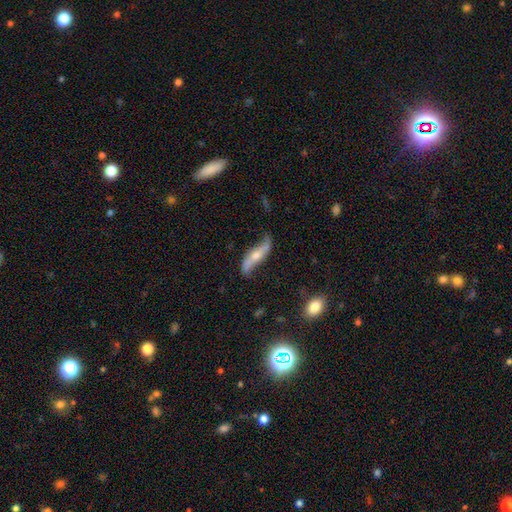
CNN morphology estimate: This is likely a featured or disk galaxy (75%). It is likely not viewed edge-on (69%). Bar: possibly no (47%). Spiral arm pattern: clearly yes (87%). Central bulge: possibly moderate (50%). Merging: likely none (65%).